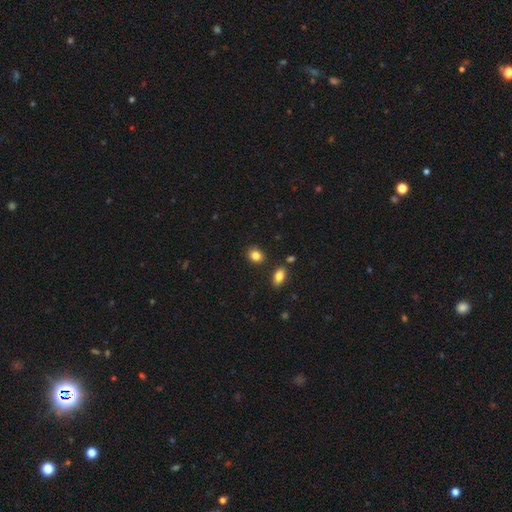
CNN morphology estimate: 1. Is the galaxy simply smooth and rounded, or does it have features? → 85% smooth, 10% star or artifact, 5% featured or disk.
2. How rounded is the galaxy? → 58% round, 41% in between, 1% cigar-shaped.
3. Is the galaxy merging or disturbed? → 85% none, 9% minor disturbance, 4% merger, 2% major disturbance.